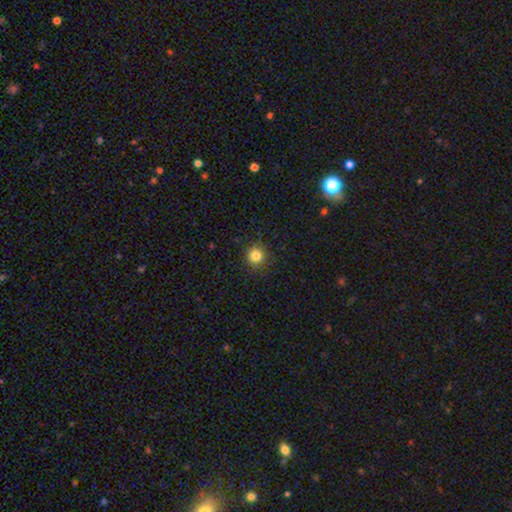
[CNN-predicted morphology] Overall: smooth (84%). How rounded: round (94%). Merging: none (89%).